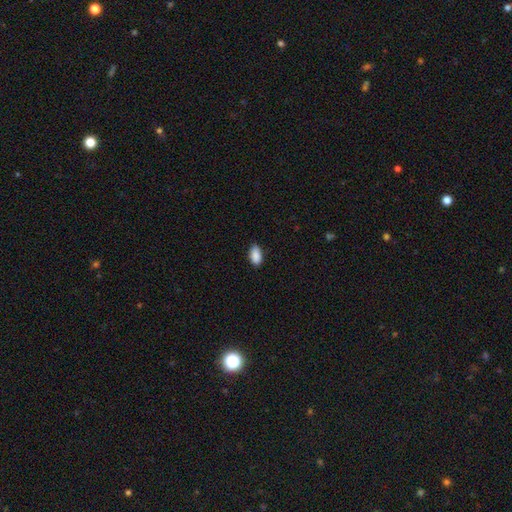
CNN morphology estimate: Overall: smooth (89%). How rounded: in between (93%). Merging: none (82%).